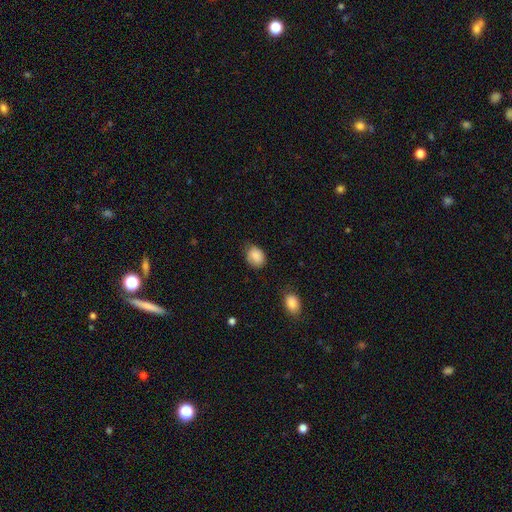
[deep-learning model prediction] This is clearly a smooth galaxy (85%). How rounded: possibly in between (55%). Merging: likely none (65%).